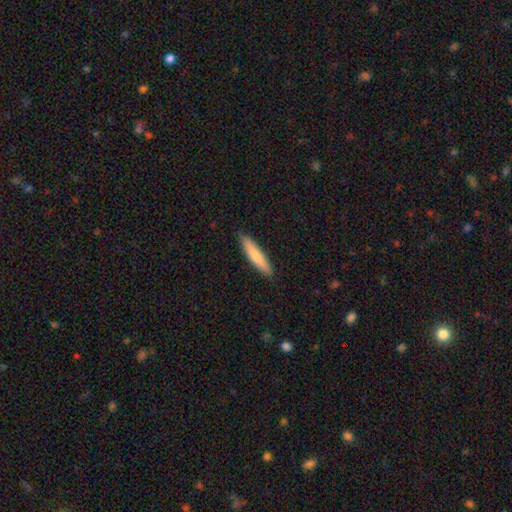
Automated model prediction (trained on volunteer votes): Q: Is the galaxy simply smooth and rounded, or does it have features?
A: smooth — 75%.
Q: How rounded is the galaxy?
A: cigar-shaped — 87%.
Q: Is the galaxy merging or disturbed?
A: none — 89%.